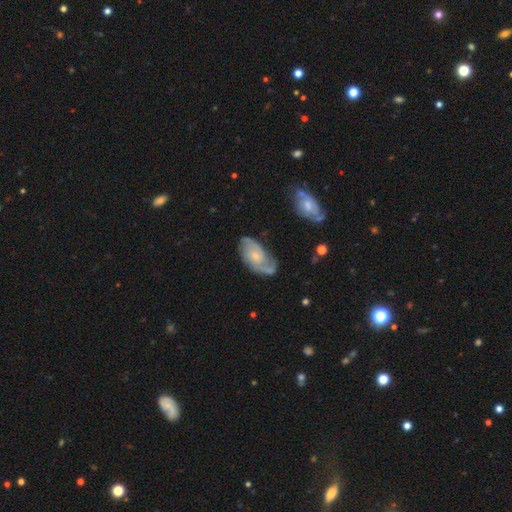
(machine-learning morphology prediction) Overall: featured or disk (75%). Edge-on disk: no (96%). Bar: no (70%). Spiral arms: yes (92%). Spiral arm count: 2 (68%). Spiral winding: medium (44%; tight 36%). Bulge size: small (67%). Merging: none (64%).